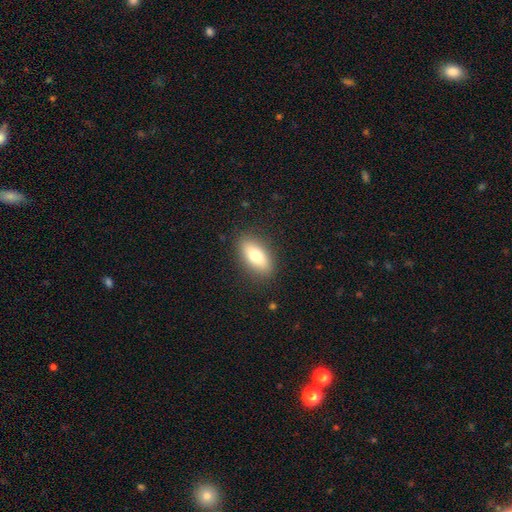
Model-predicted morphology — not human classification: smooth-or-featured: smooth: 74% | featured or disk: 19% | star or artifact: 7%
  how-rounded: in between: 83% | cigar-shaped: 12% | round: 4%
  merging: none: 87% | minor disturbance: 9% | major disturbance: 3% | merger: 1%